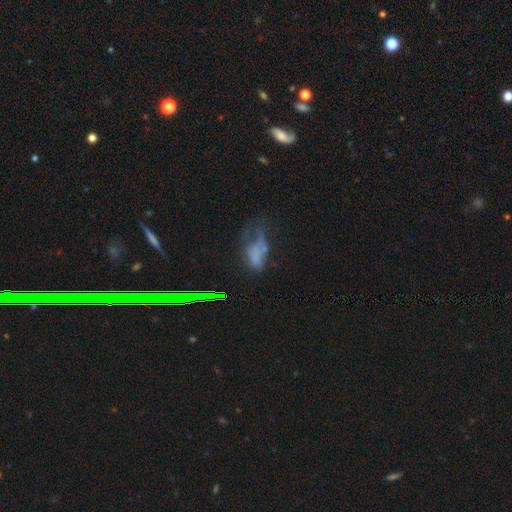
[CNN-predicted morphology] Smooth or featured?
  - smooth: 43% *
  - featured or disk: 35%
  - star or artifact: 23%
Merging?
  - major disturbance: 44% *
  - none: 25%
  - minor disturbance: 24%
  - merger: 7%